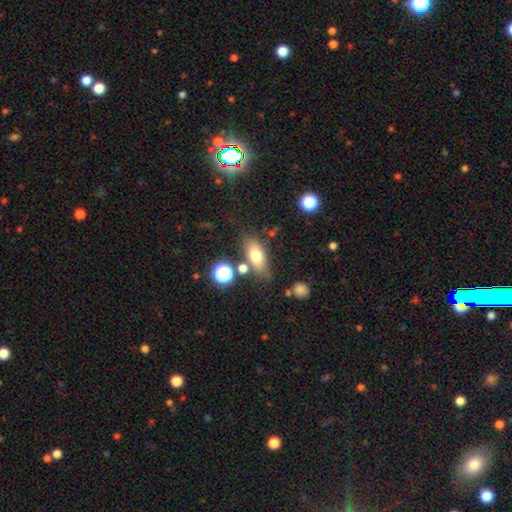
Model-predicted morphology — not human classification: A smooth galaxy with no disk features (70%) that is in between round and cigar-shaped (75%). Merging: none (71%).